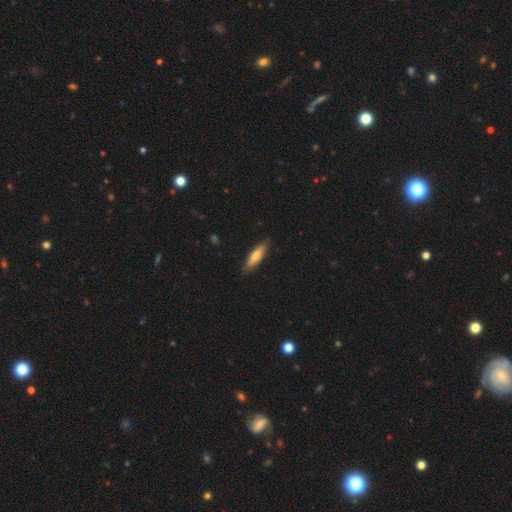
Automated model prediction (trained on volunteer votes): Smooth or featured? smooth (67%)
How rounded? cigar-shaped (70%)
Merging? none (87%)